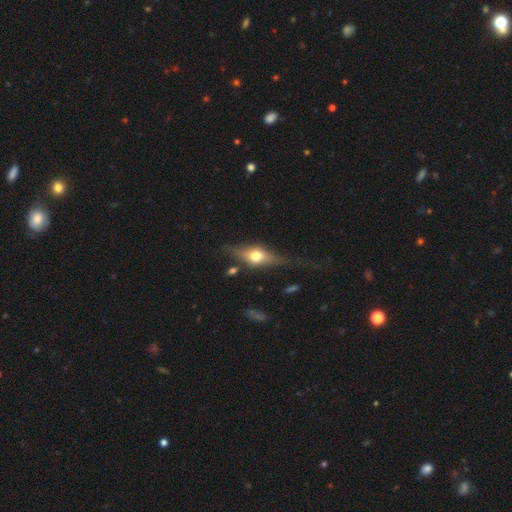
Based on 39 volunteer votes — smooth-or-featured: featured or disk: 74% | smooth: 18% | star or artifact: 8%
  disk-edge-on: yes: 90% | no: 10%
    edge-on-bulge: rounded: 96% | boxy: 4% | none: 0%
  merging: none: 64% | minor disturbance: 33% | major disturbance: 3% | merger: 0%